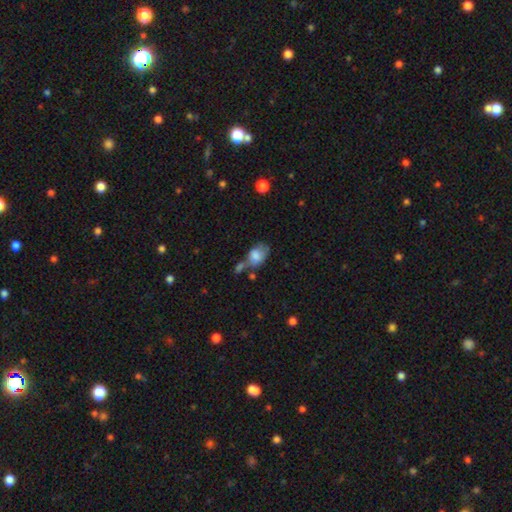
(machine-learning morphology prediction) A smooth galaxy with no disk features (74%) that is in between round and cigar-shaped (81%). Merging: merger (31%).